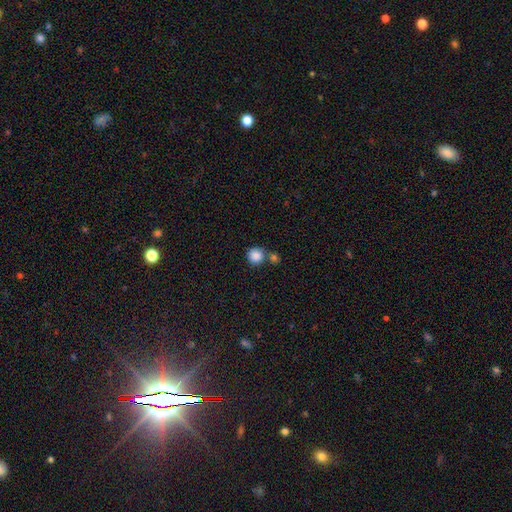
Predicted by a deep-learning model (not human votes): smooth 87%, star or artifact 10%, featured or disk 4%. Down the decision tree: how rounded — round (93%); merging — none (62%).